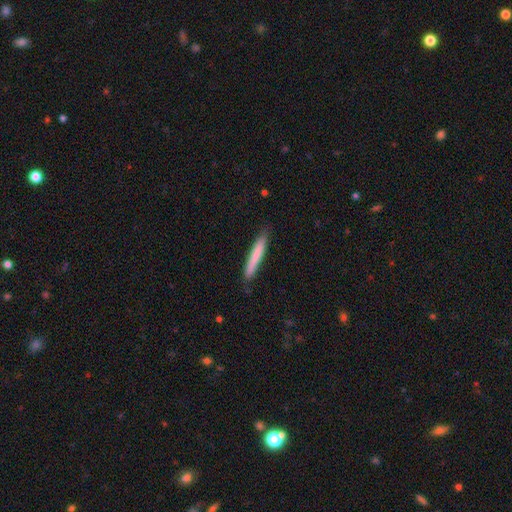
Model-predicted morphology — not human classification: Smooth or featured?
  - smooth: 75% *
  - featured or disk: 19%
  - star or artifact: 6%
How rounded?
  - cigar-shaped: 95% *
  - in between: 4%
  - round: 1%
Merging?
  - none: 86% *
  - minor disturbance: 11%
  - major disturbance: 2%
  - merger: 1%